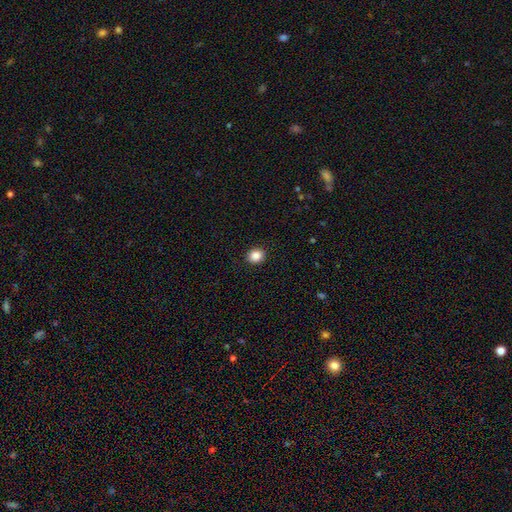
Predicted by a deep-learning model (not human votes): smooth 87%, star or artifact 10%, featured or disk 3%. Down the decision tree: how rounded — round (75%); merging — none (91%).